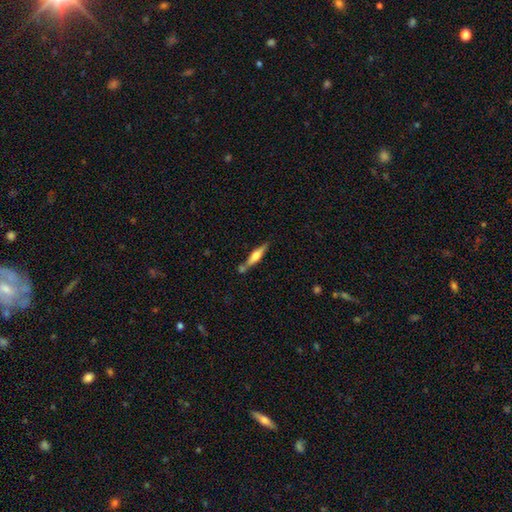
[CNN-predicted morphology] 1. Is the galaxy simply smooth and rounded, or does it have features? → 48% featured or disk, 46% smooth, 6% star or artifact.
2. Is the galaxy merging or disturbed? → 65% none, 16% merger, 15% minor disturbance, 4% major disturbance.